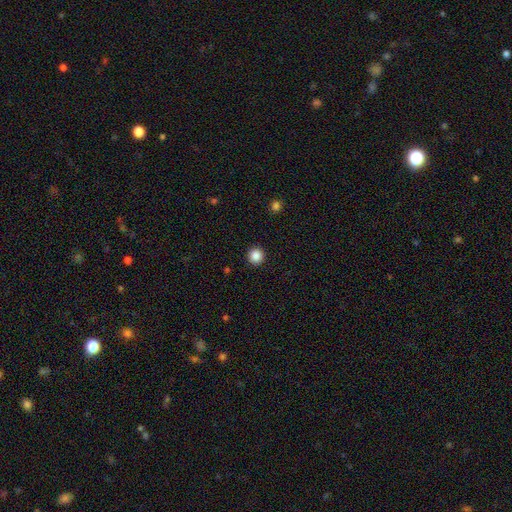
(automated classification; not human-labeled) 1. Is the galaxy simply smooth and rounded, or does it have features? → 87% smooth, 10% star or artifact, 3% featured or disk.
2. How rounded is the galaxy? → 95% round, 4% in between, 1% cigar-shaped.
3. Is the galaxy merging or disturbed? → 93% none, 4% minor disturbance, 2% major disturbance, 1% merger.